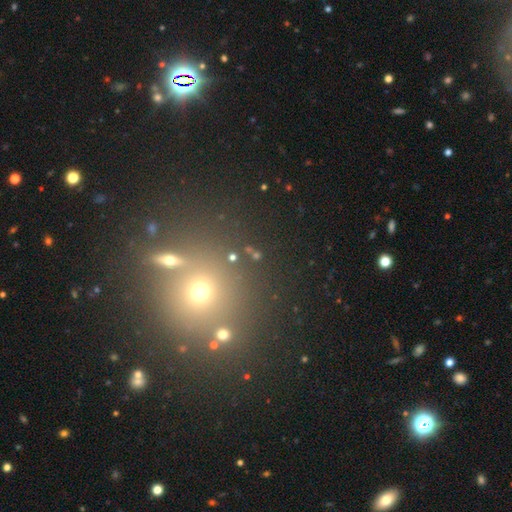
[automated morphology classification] Q: Smooth or featured?
A: smooth (46%); runner-up: star or artifact (42%)
Q: Merging?
A: none (77%); runner-up: merger (10%)